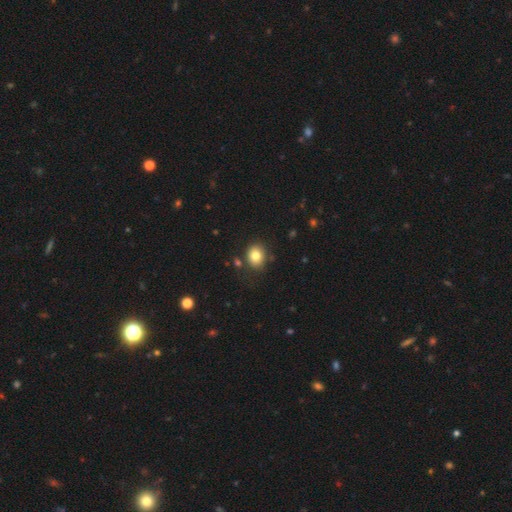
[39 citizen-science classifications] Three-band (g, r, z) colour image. It shows a smooth galaxy with no disk features (90%) that is round (51%). Merging: none (79%).